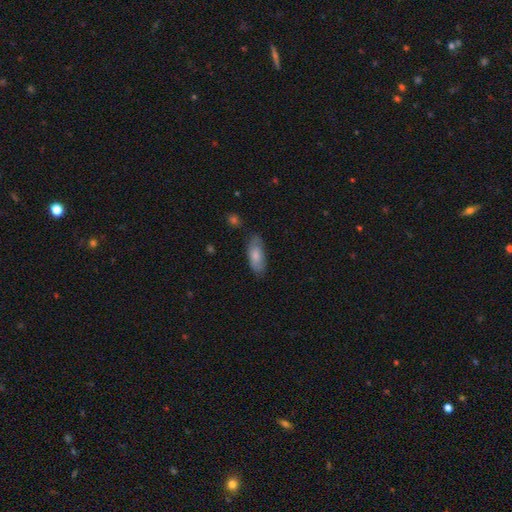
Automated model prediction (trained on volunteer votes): This is likely a smooth galaxy (75%). How rounded: clearly in between (81%). Merging: likely none (71%).